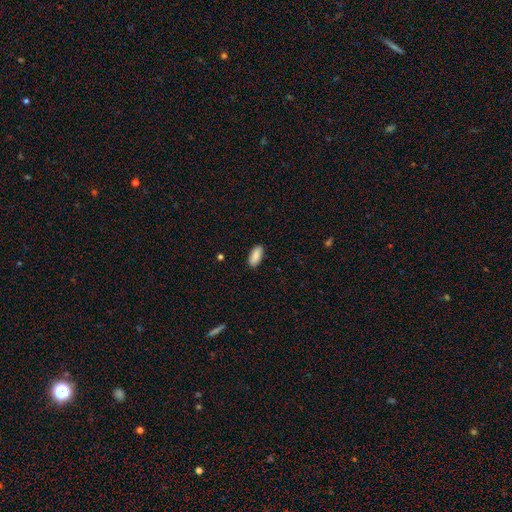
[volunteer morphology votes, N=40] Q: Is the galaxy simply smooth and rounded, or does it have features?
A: smooth — 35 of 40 (88%).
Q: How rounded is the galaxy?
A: in between — 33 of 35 (94%).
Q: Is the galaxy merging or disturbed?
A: none — 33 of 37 (89%).